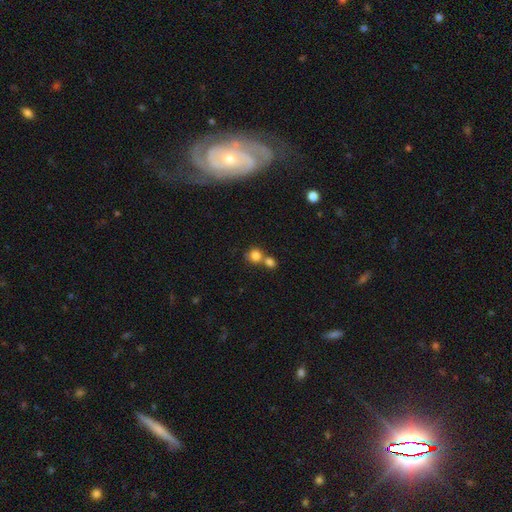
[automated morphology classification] smooth-or-featured: smooth: 81% | star or artifact: 10% | featured or disk: 8%
  how-rounded: round: 83% | in between: 16% | cigar-shaped: 1%
  merging: merger: 48% | none: 41% | minor disturbance: 7% | major disturbance: 3%